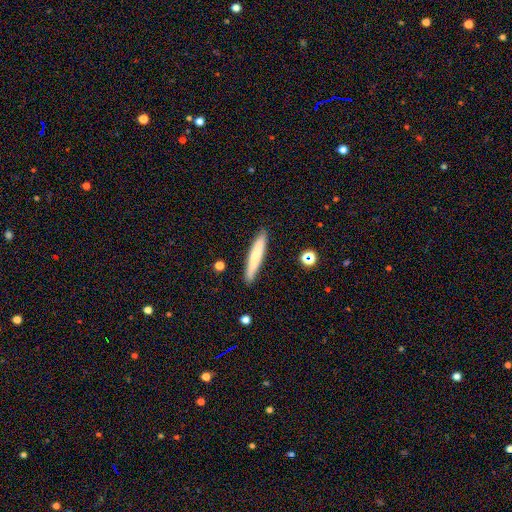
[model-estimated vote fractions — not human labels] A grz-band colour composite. It shows a smooth galaxy with no disk features (72%) that is cigar-shaped (94%). Merging: none (89%).